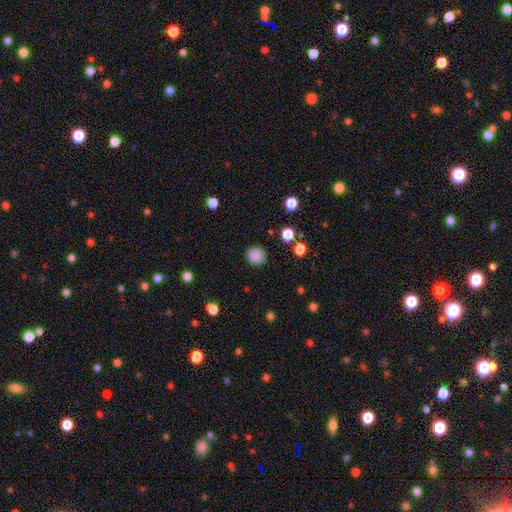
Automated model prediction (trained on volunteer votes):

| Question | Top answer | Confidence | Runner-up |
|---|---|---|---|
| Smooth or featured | smooth | 86% | star or artifact (11%) |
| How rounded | round | 94% | in between (5%) |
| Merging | none | 90% | minor disturbance (7%) |